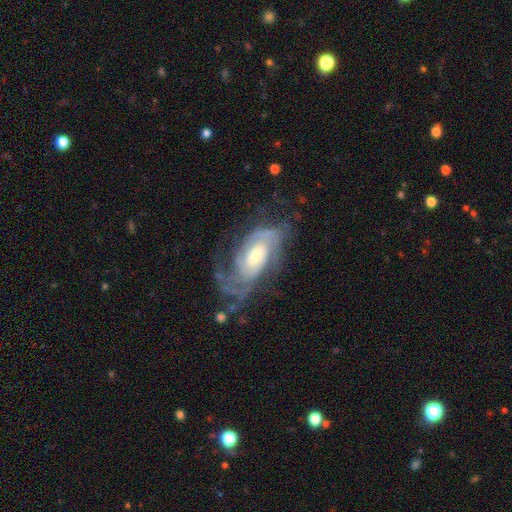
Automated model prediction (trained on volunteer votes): The model was most divided on "spiral arm count": 2: 33%, can't tell: 31%, 3: 19%, 4: 7%, 1: 5%, more than 4: 5%. Remaining: edge-on disk — no (95%); spiral arms — yes (95%); smooth or featured — featured or disk (85%); bulge size — moderate (57%); merging — none (55%); spiral winding — tight (50%); bar — no (46%).